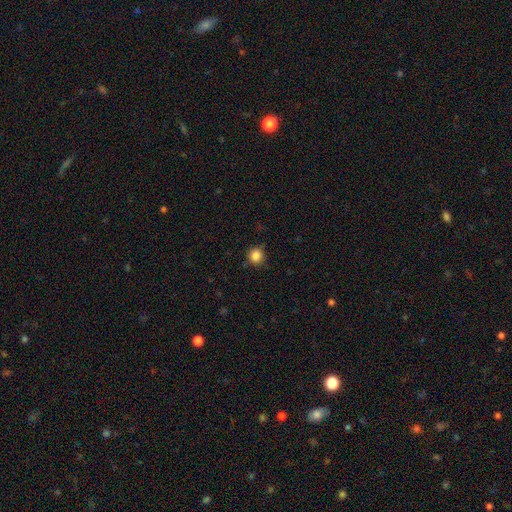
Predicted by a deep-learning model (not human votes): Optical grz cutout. It shows a smooth galaxy with no disk features (85%) that is round (92%). Merging: none (85%).